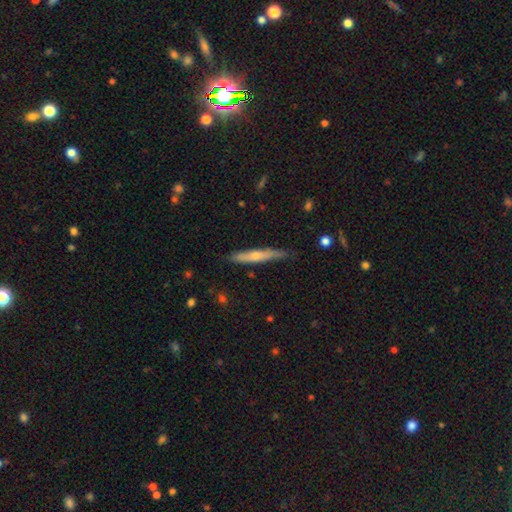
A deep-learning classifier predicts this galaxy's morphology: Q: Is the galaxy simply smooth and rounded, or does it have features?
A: smooth — 48%.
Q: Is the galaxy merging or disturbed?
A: none — 78%.